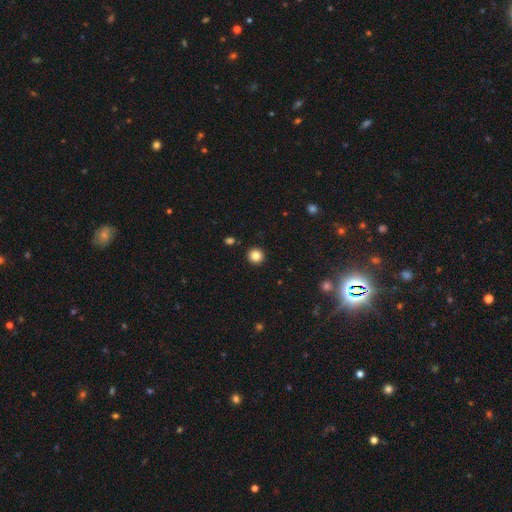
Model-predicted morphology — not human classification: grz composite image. It shows a smooth galaxy with no disk features (84%) that is round (94%). Merging: none (93%).